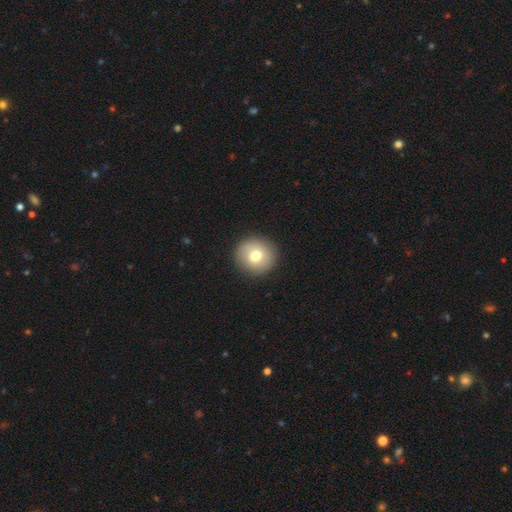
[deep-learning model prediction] smooth_or_featured: smooth (p=0.73) [alt: featured or disk p=0.19]
how_rounded: round (p=0.91) [alt: in between p=0.08]
merging: none (p=0.90) [alt: minor disturbance p=0.07]